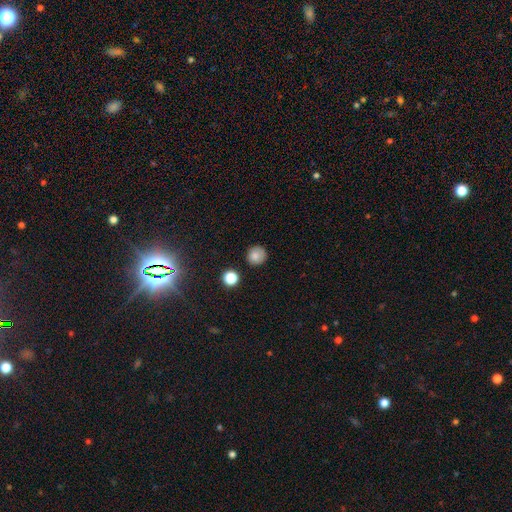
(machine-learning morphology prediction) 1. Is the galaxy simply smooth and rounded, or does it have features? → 83% smooth, 11% star or artifact, 6% featured or disk.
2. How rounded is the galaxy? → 94% round, 5% in between, 1% cigar-shaped.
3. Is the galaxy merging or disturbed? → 87% none, 9% minor disturbance, 2% major disturbance, 2% merger.